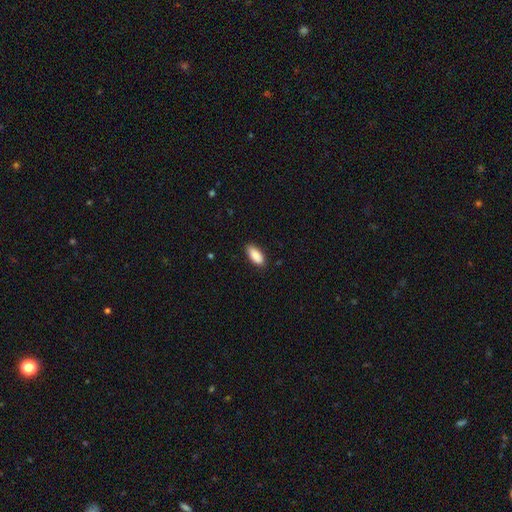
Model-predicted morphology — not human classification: smooth 90%, star or artifact 6%, featured or disk 4%. Down the decision tree: how rounded — in between (87%); merging — none (85%).